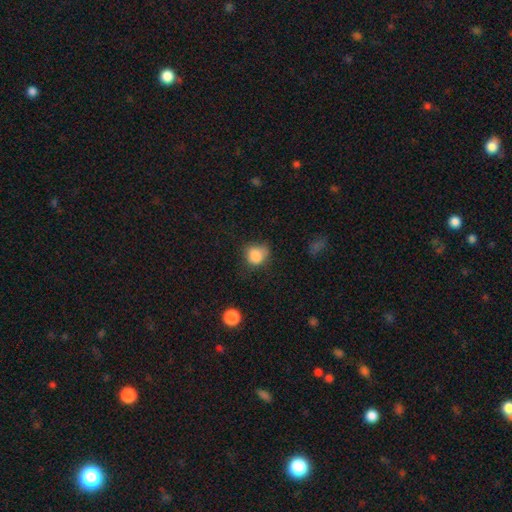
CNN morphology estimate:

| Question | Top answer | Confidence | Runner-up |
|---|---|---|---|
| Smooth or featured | smooth | 83% | star or artifact (10%) |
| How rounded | round | 64% | in between (35%) |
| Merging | none | 49% | minor disturbance (33%) |